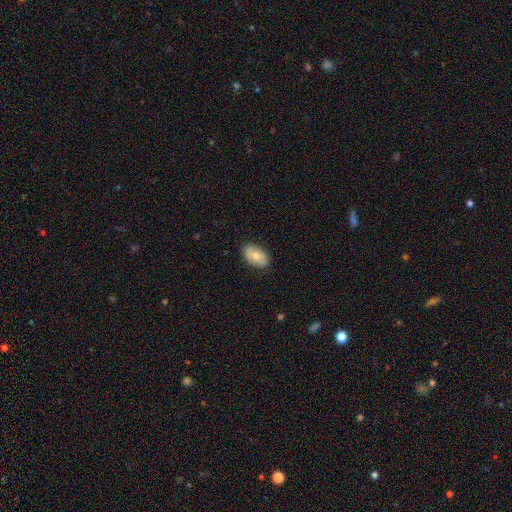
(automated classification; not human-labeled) Overall: smooth (71%). How rounded: in between (92%). Merging: none (85%).